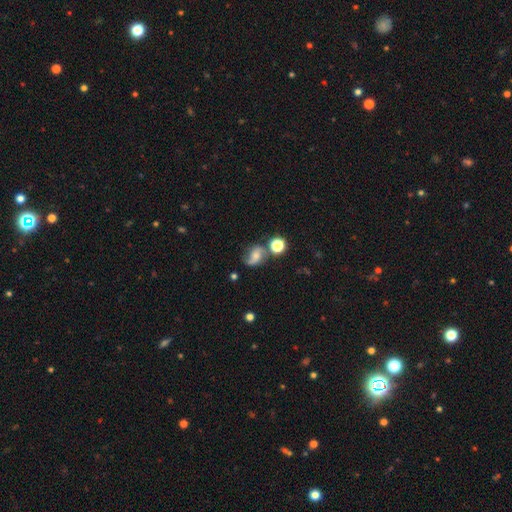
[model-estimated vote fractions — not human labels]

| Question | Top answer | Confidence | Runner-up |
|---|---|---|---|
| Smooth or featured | featured or disk | 52% | smooth (34%) |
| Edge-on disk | no | 97% | yes (3%) |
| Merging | none | 52% | minor disturbance (23%) |